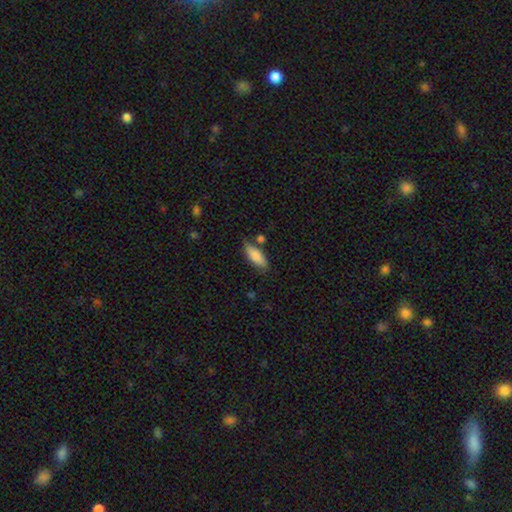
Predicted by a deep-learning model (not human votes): Morphology: type=smooth (83%); roundness=in between (72%); merging=none (71%).